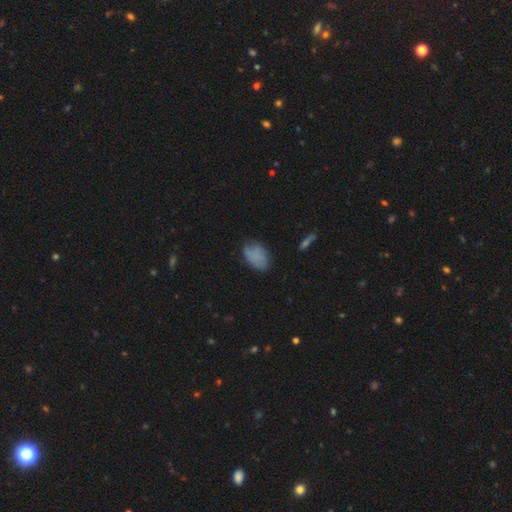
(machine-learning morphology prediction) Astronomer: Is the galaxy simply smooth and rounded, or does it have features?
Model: smooth — 78%.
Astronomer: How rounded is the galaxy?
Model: in between — 84%.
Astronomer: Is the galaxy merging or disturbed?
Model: none — 65%.